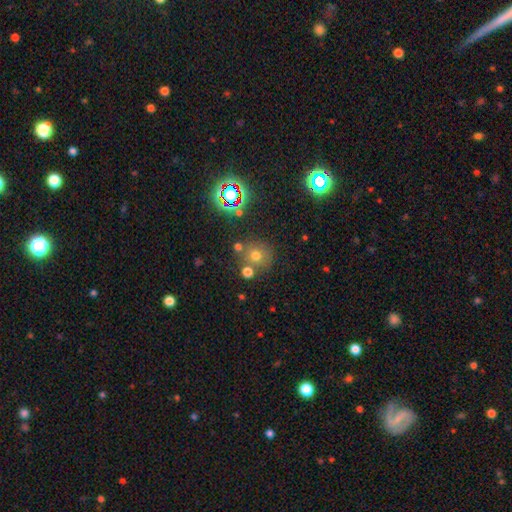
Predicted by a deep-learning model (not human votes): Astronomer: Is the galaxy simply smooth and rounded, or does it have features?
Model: smooth — 64%.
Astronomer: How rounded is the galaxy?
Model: round — 88%.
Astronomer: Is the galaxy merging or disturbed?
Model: none — 69%.